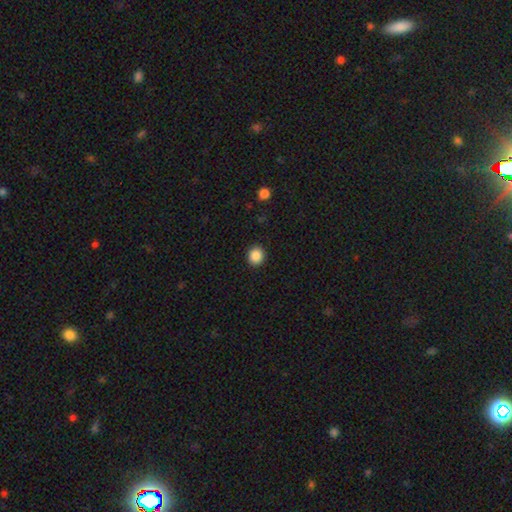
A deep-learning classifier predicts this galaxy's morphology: Q: Smooth or featured?
A: smooth (88%); runner-up: star or artifact (9%)
Q: How rounded?
A: round (88%); runner-up: in between (11%)
Q: Merging?
A: none (92%); runner-up: minor disturbance (5%)